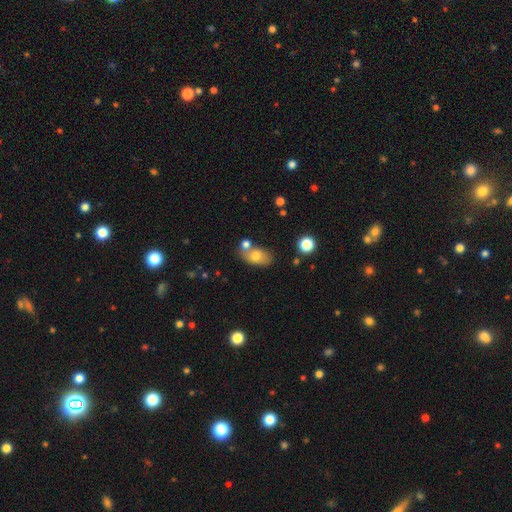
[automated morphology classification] smooth-or-featured: smooth: 71% | featured or disk: 19% | star or artifact: 9%
  how-rounded: in between: 86% | round: 12% | cigar-shaped: 3%
  merging: none: 53% | merger: 28% | minor disturbance: 14% | major disturbance: 5%